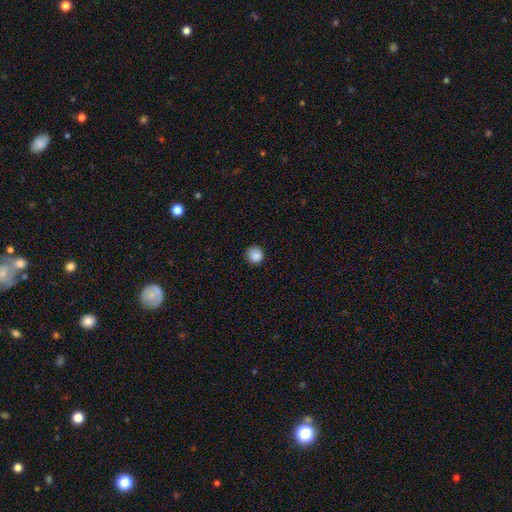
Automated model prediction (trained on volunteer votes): A smooth galaxy with no disk features (87%) that is round (92%).

Vote fractions:
- Smooth or featured? smooth: 87% / star or artifact: 10% / featured or disk: 3%
- How rounded? round: 92% / in between: 7% / cigar-shaped: 1%
- Merging? none: 85% / minor disturbance: 12% / major disturbance: 2% / merger: 1%